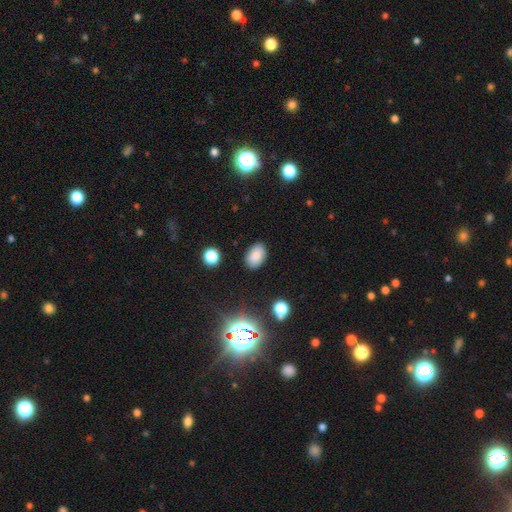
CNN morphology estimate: A smooth galaxy with no disk features (84%) that is in between round and cigar-shaped (89%).

Vote fractions:
- Smooth or featured? smooth: 84% / star or artifact: 11% / featured or disk: 5%
- How rounded? in between: 89% / round: 10% / cigar-shaped: 1%
- Merging? none: 85% / minor disturbance: 11% / major disturbance: 3% / merger: 1%